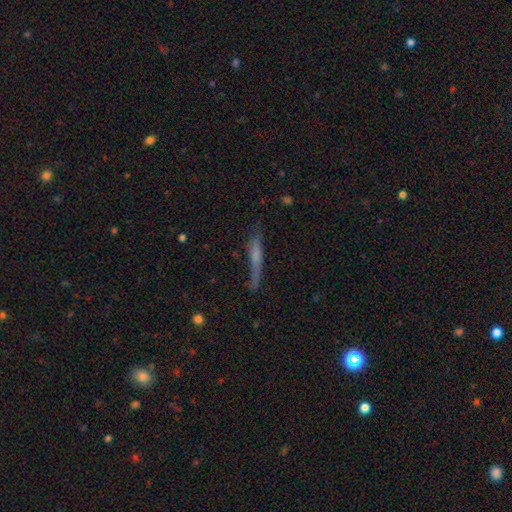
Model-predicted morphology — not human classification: Smooth or featured: smooth — 53% (featured or disk — 38%)
How rounded: cigar-shaped — 91% (in between — 7%)
Merging: none — 54% (minor disturbance — 27%)